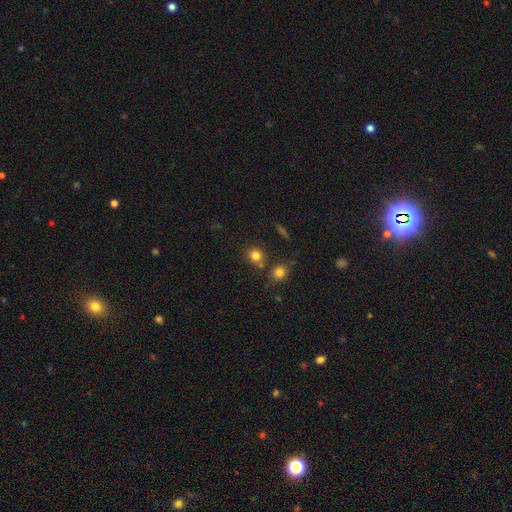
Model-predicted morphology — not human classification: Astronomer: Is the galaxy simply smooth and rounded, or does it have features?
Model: smooth — 80%.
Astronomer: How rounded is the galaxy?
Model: round — 87%.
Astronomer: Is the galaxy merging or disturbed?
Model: none — 72%.